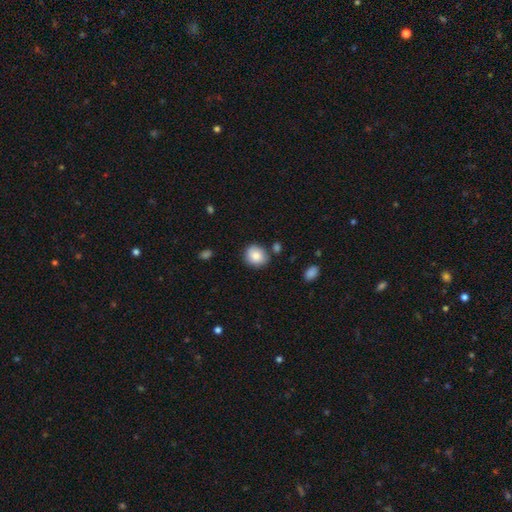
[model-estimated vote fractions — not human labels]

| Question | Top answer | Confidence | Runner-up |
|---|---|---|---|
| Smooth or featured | smooth | 85% | star or artifact (8%) |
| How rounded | round | 80% | in between (19%) |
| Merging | none | 79% | minor disturbance (13%) |